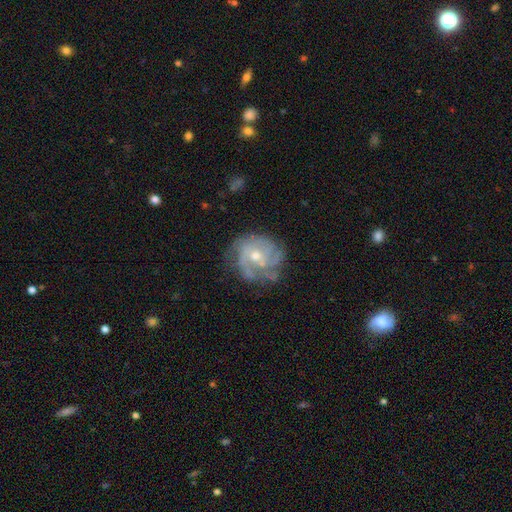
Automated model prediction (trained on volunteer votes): A featured or disk galaxy (80%) with no bar (67%), tight (54%) spiral arms (91%) and a moderate central bulge (49%).

Vote fractions:
- Smooth or featured? featured or disk: 80% / smooth: 12% / star or artifact: 8%
- Edge-on disk? no: 98% / yes: 2%
- Bar? no: 67% / weak: 28% / strong: 5%
- Spiral arms? yes: 91% / no: 9%
- Spiral winding? tight: 54% / medium: 35% / loose: 11%
- Spiral arm count? can't tell: 32% / 3: 26% / 4: 19% / 2: 12% / more than 4: 6% / 1: 5%
- Bulge size? moderate: 49% / small: 48% / large: 2% / none: 1% / dominant: 1%
- Merging? none: 68% / minor disturbance: 20% / major disturbance: 10% / merger: 2%